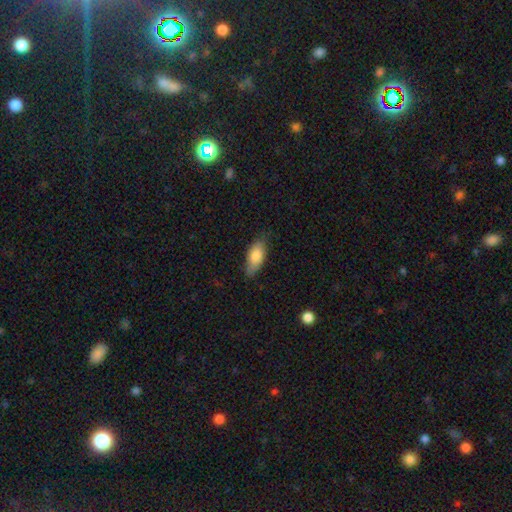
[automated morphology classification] A smooth galaxy with no disk features (81%) that is in between round and cigar-shaped (83%). Merging: none (76%).